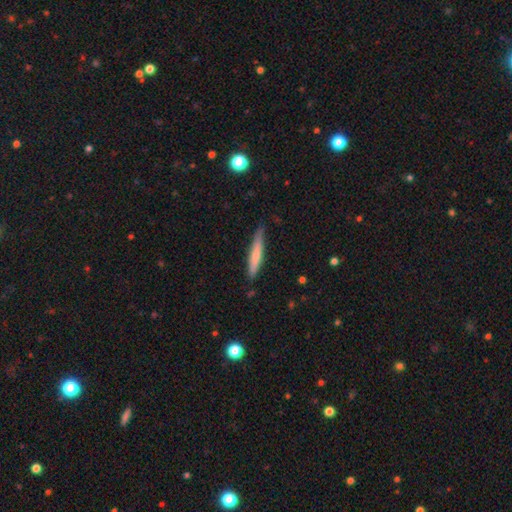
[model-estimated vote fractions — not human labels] Smooth or featured? smooth (69%)
How rounded? cigar-shaped (93%)
Merging? none (80%)